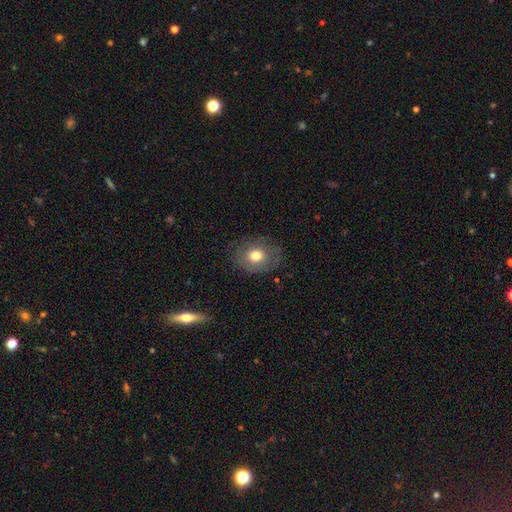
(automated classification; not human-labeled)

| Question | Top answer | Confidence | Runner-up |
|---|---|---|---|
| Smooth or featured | smooth | 70% | featured or disk (21%) |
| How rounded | round | 53% | in between (46%) |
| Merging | none | 77% | minor disturbance (15%) |